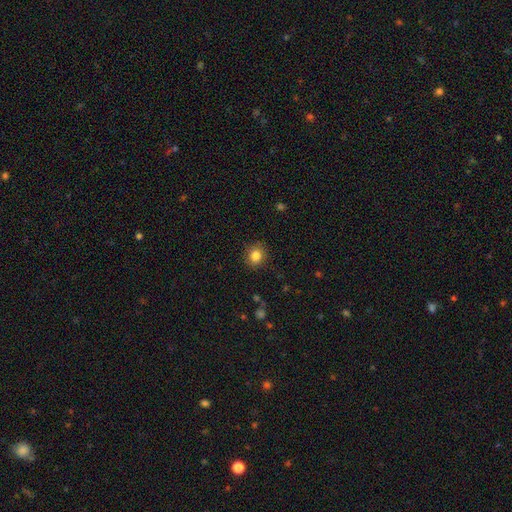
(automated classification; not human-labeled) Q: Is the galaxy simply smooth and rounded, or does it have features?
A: smooth — 84%.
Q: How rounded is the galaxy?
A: round — 78%.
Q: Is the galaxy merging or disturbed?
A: none — 88%.